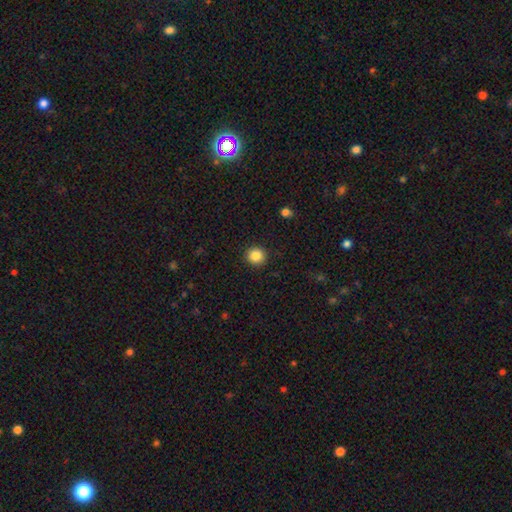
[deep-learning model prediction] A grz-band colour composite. It shows a smooth galaxy with no disk features (86%) that is round (91%). Merging: none (92%).